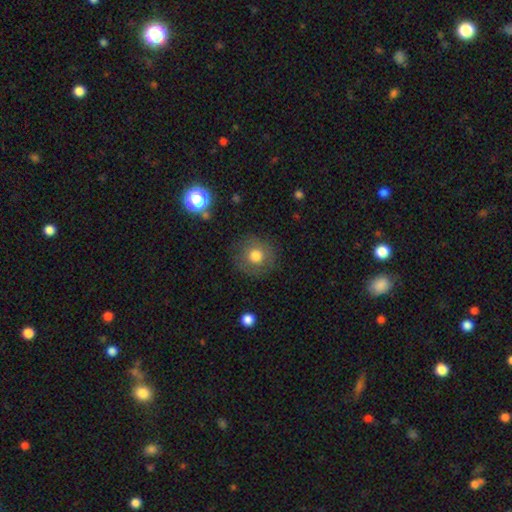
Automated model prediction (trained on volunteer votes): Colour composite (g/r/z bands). It shows a smooth galaxy with no disk features (72%) that is round (92%). Merging: none (83%).